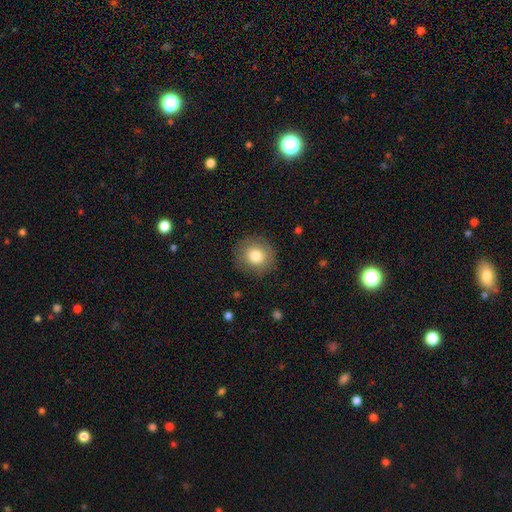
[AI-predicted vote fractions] smooth-or-featured: smooth: 78% | featured or disk: 12% | star or artifact: 10%
  how-rounded: round: 92% | in between: 7% | cigar-shaped: 1%
  merging: none: 87% | minor disturbance: 9% | major disturbance: 3% | merger: 1%